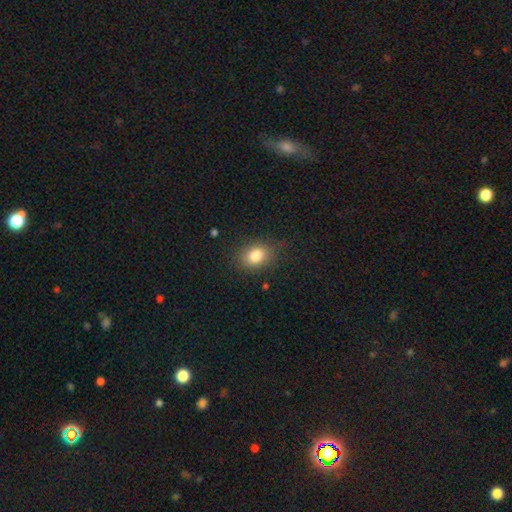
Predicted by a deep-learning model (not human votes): smooth_or_featured: smooth (p=0.82) [alt: star or artifact p=0.10]
how_rounded: in between (p=0.63) [alt: round p=0.36]
merging: none (p=0.79) [alt: minor disturbance p=0.15]